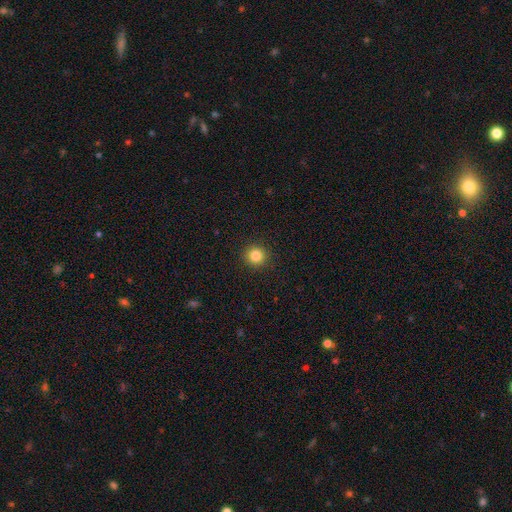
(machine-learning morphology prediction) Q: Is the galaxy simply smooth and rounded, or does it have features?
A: smooth — 84%.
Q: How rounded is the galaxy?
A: round — 94%.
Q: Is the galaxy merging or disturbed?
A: none — 92%.